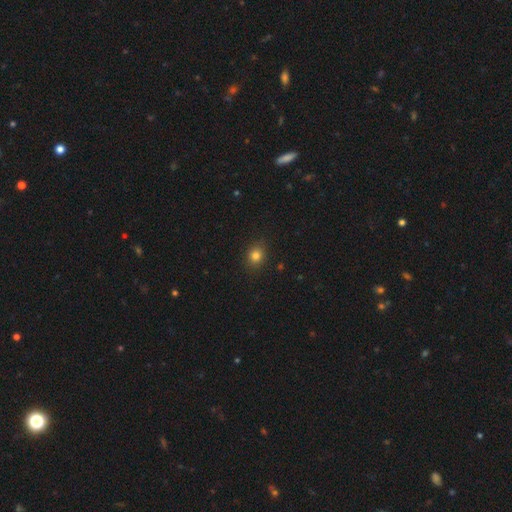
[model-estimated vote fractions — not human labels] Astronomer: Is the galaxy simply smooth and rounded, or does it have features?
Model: smooth — 81%.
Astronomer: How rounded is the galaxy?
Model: round — 70%.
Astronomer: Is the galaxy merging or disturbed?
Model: none — 87%.